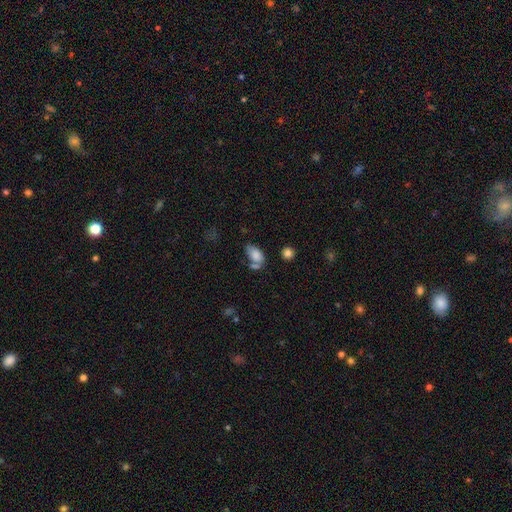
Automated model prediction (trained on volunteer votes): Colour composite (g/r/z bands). It shows a smooth galaxy with no disk features (80%) that is in between round and cigar-shaped (91%). Merging: none (42%).